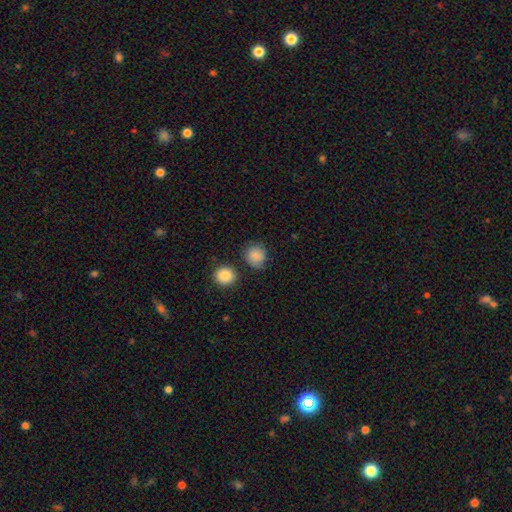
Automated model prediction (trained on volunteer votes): Smooth or featured? smooth (84%)
How rounded? round (84%)
Merging? none (75%)